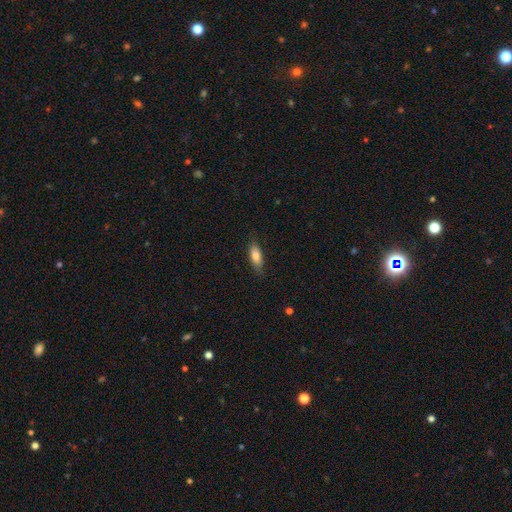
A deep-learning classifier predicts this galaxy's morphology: Smooth or featured? Predicted: smooth (p=0.81). How rounded? Predicted: in between (p=0.67). Merging? Predicted: none (p=0.81).